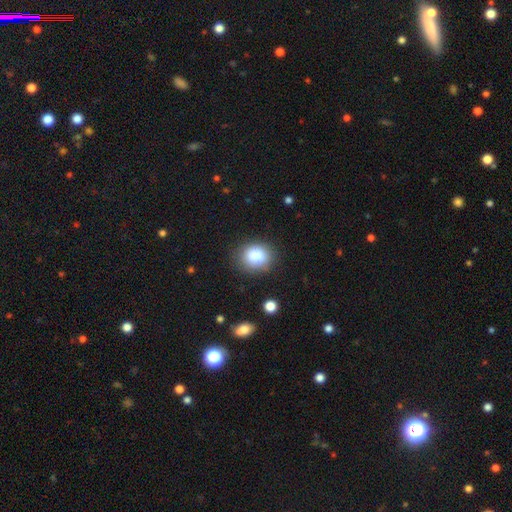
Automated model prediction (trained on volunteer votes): A smooth galaxy with no disk features (85%) that is round (61%). Merging: none (82%).